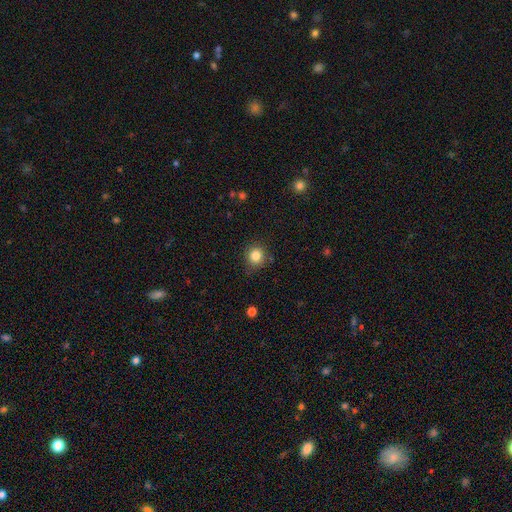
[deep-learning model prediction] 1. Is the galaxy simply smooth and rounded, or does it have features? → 84% smooth, 11% star or artifact, 5% featured or disk.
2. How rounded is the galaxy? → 91% round, 8% in between, 1% cigar-shaped.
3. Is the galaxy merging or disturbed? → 83% none, 12% minor disturbance, 3% major disturbance, 2% merger.